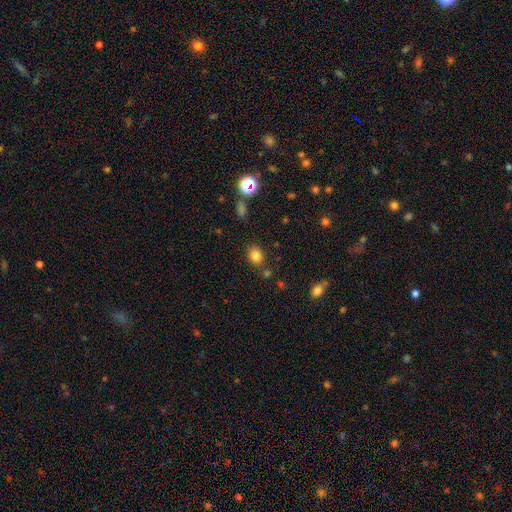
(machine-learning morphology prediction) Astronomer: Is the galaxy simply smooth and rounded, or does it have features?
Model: smooth — 82%.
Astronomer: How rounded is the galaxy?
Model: in between — 54% (runner-up: round, 45%).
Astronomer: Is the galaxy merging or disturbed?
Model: none — 80%.